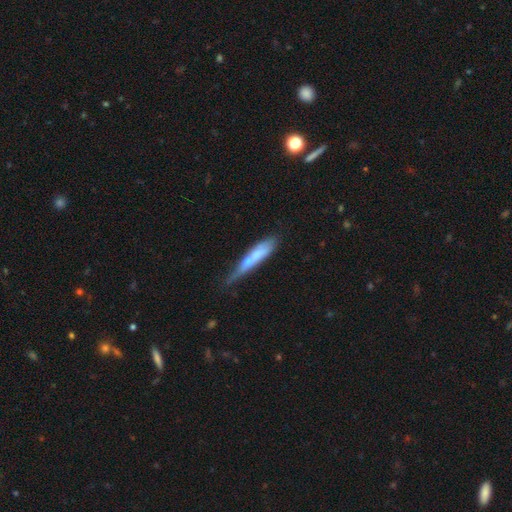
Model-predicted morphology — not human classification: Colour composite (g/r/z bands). It shows a smooth galaxy with no disk features (53%) that is cigar-shaped (84%). Merging: none (46%).